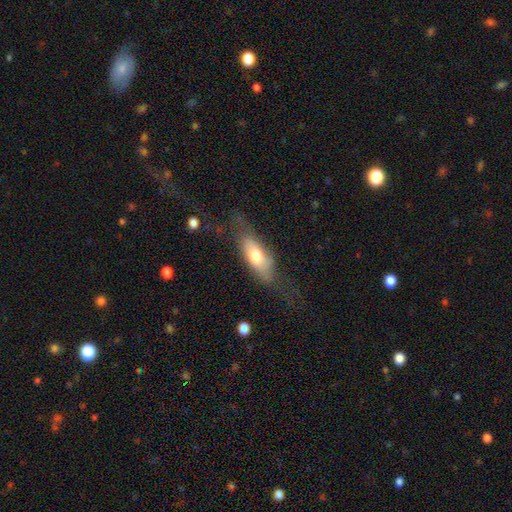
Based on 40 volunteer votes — Overall: smooth (62%; featured or disk 35%). How rounded: in between (64%; cigar-shaped 32%). Merging: none (33%, tied with minor disturbance).